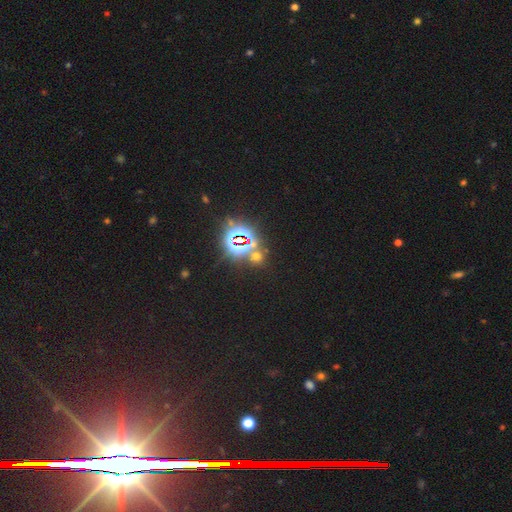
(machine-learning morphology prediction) A star or artifact, not a galaxy (60%).